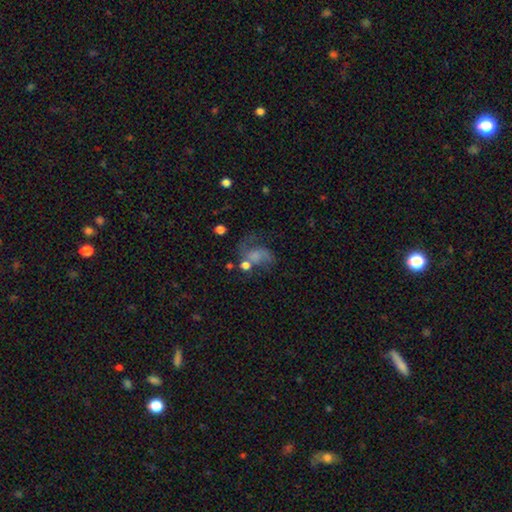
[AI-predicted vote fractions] Smooth or featured? Predicted: featured or disk (p=0.54). Edge-on disk? Predicted: no (p=0.98). Bar? Predicted: no (p=0.72). Spiral arms? Predicted: yes (p=0.81). Bulge size? Predicted: none (p=0.49). Merging? Predicted: none (p=0.35).